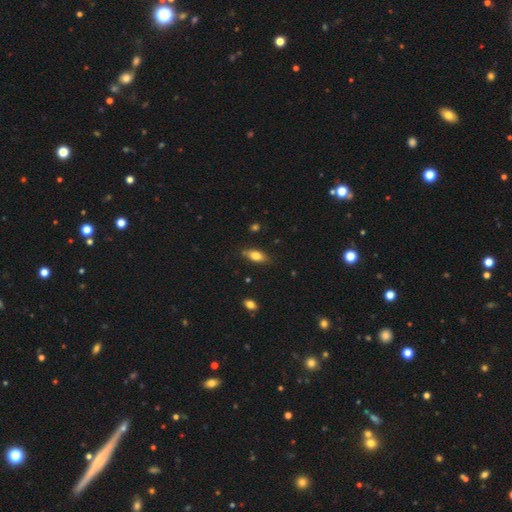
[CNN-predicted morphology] Smooth or featured? Predicted: smooth (p=0.78). How rounded? Predicted: in between (p=0.83). Merging? Predicted: none (p=0.80).